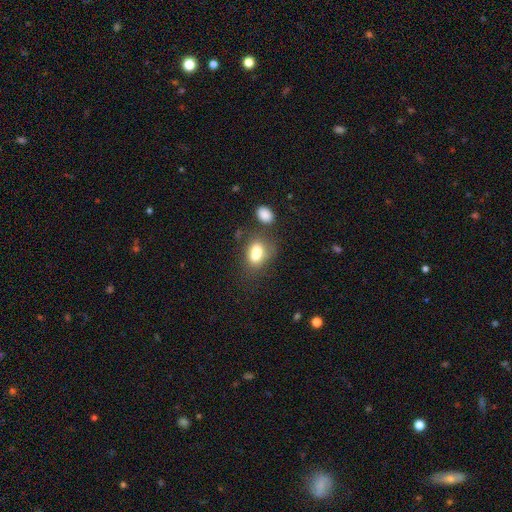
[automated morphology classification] smooth 74%, featured or disk 16%, star or artifact 10%. Down the decision tree: how rounded — in between (72%); merging — none (38%).